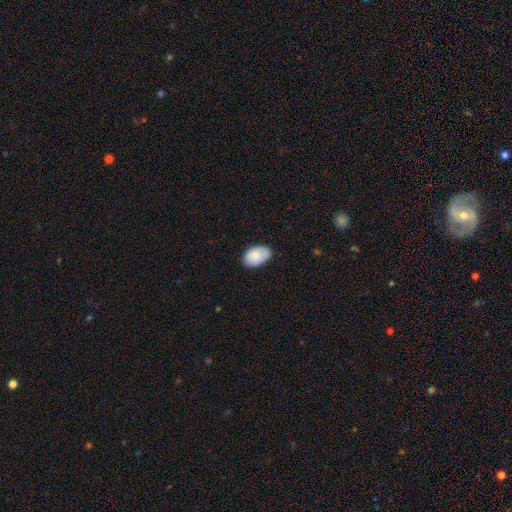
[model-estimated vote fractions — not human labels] Smooth or featured? Predicted: smooth (p=0.82). How rounded? Predicted: in between (p=0.91). Merging? Predicted: none (p=0.75).